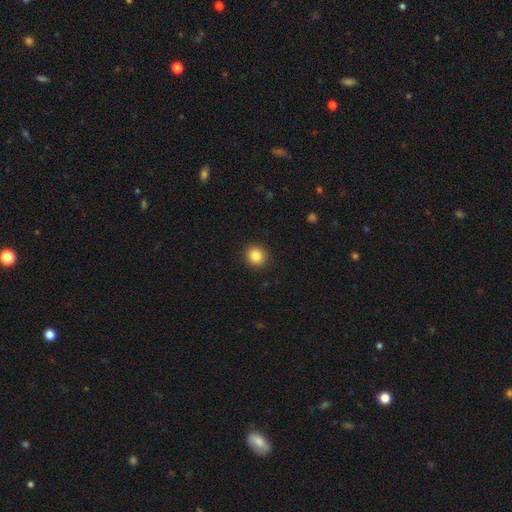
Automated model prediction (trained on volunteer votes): A smooth galaxy with no disk features (85%) that is round (90%). Merging: none (92%).